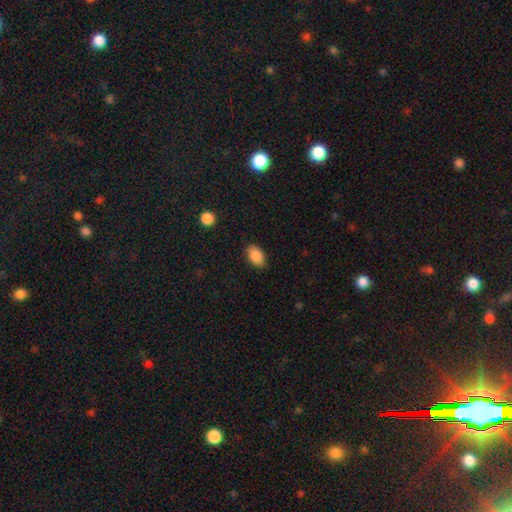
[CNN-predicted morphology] Smooth or featured?
  - smooth: 88% *
  - star or artifact: 8%
  - featured or disk: 4%
How rounded?
  - in between: 90% *
  - round: 8%
  - cigar-shaped: 1%
Merging?
  - none: 85% *
  - minor disturbance: 11%
  - major disturbance: 3%
  - merger: 1%